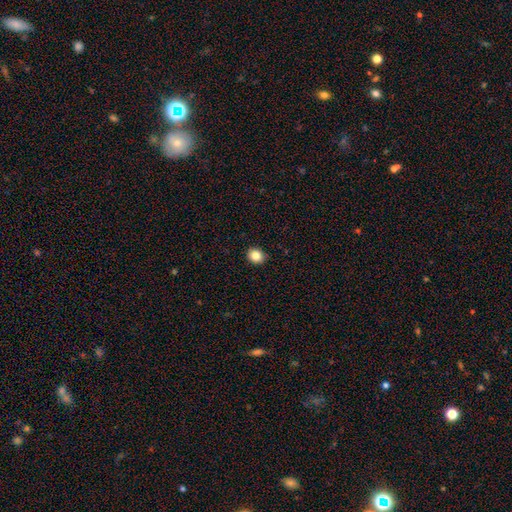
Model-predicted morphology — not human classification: Smooth or featured? Predicted: smooth (p=0.84). How rounded? Predicted: round (p=0.74). Merging? Predicted: none (p=0.90).